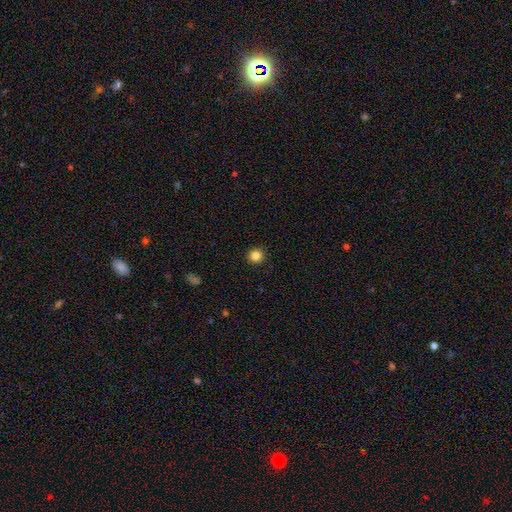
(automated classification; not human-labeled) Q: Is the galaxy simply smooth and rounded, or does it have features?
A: smooth — 84%.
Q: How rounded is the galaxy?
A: round — 94%.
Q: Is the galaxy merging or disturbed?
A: none — 93%.